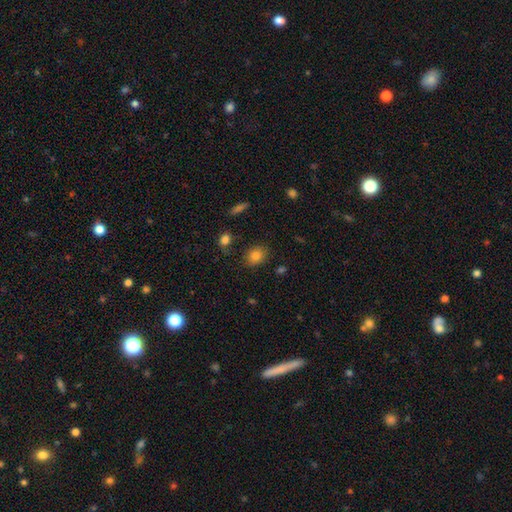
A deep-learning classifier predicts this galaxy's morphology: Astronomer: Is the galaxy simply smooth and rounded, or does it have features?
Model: smooth — 83%.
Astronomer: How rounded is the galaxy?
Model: round — 51% (runner-up: in between, 47%).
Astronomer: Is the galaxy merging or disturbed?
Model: none — 82%.